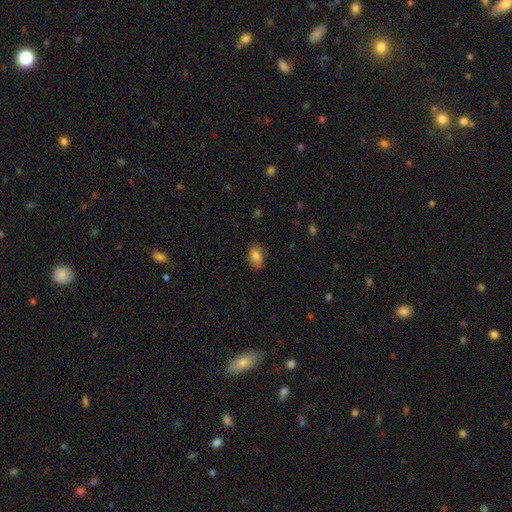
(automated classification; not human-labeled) Smooth or featured?
  - smooth: 83% *
  - featured or disk: 9%
  - star or artifact: 8%
How rounded?
  - in between: 84% *
  - round: 14%
  - cigar-shaped: 1%
Merging?
  - none: 82% *
  - minor disturbance: 14%
  - major disturbance: 3%
  - merger: 1%